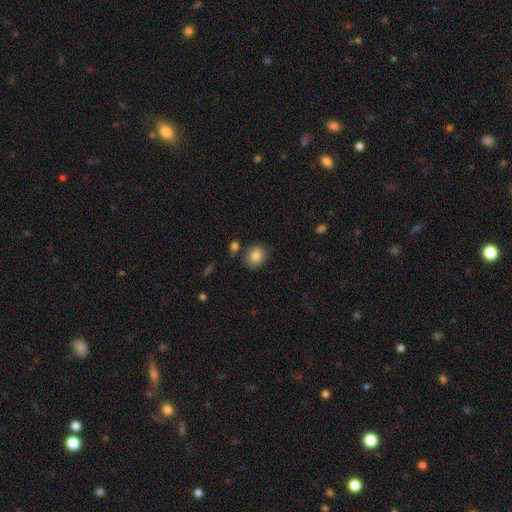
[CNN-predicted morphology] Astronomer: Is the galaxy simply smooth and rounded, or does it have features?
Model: smooth — 84%.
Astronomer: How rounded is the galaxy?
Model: round — 63%.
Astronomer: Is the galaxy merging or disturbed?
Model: none — 78%.